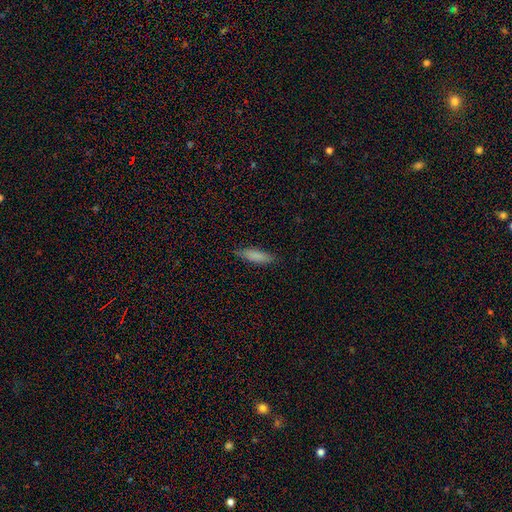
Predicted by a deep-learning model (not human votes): Smooth or featured?
  - smooth: 84% *
  - featured or disk: 9%
  - star or artifact: 7%
How rounded?
  - cigar-shaped: 58% *
  - in between: 40%
  - round: 2%
Merging?
  - none: 85% *
  - minor disturbance: 12%
  - major disturbance: 2%
  - merger: 1%